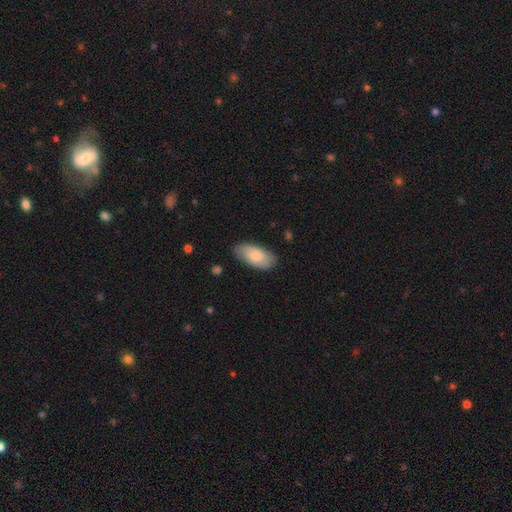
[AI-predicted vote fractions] smooth-or-featured: smooth: 78% | featured or disk: 16% | star or artifact: 6%
  how-rounded: in between: 93% | cigar-shaped: 5% | round: 2%
  merging: none: 81% | minor disturbance: 15% | major disturbance: 3% | merger: 1%